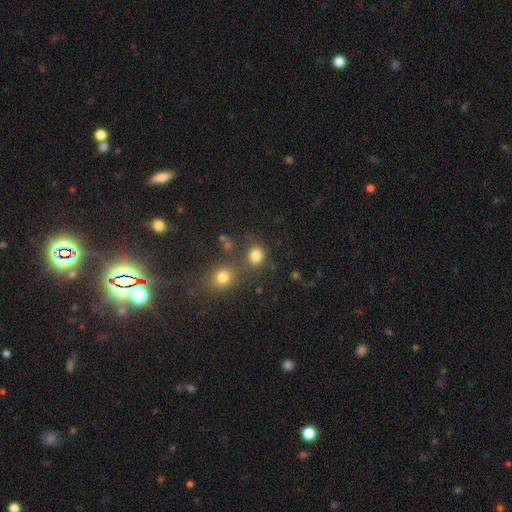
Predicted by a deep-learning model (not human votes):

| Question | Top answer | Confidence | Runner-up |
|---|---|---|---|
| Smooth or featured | smooth | 80% | star or artifact (14%) |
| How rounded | round | 77% | in between (22%) |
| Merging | none | 68% | merger (18%) |